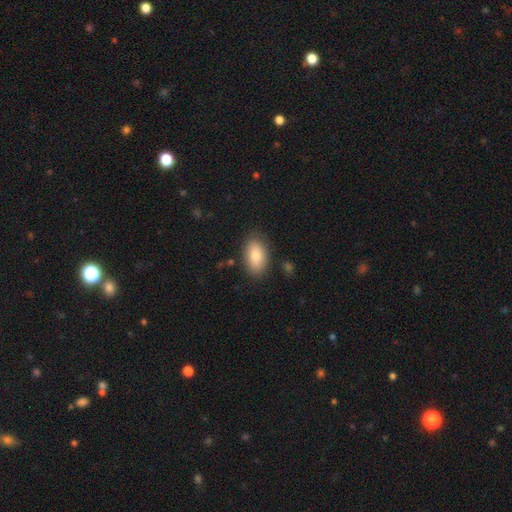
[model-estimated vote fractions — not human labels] Overall: smooth (84%). How rounded: in between (93%). Merging: none (82%).